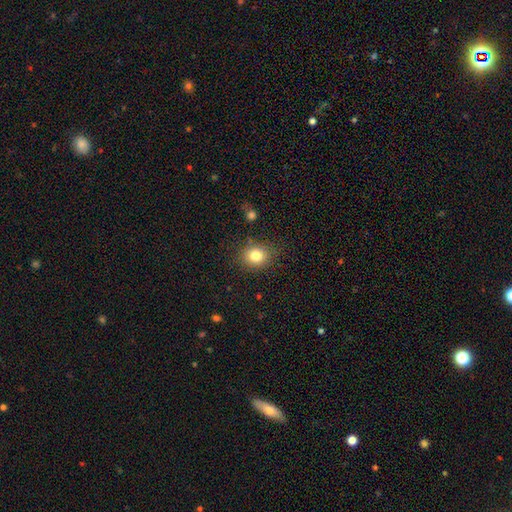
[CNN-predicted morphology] This appears to be a smooth galaxy with no disk features (81%) that is round (67%). Merging: none (81%).